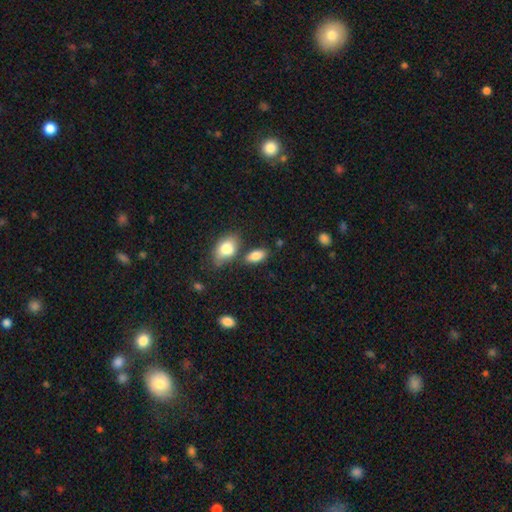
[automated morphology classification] This is clearly a smooth galaxy (85%). How rounded: clearly in between (89%). Merging: likely none (71%).